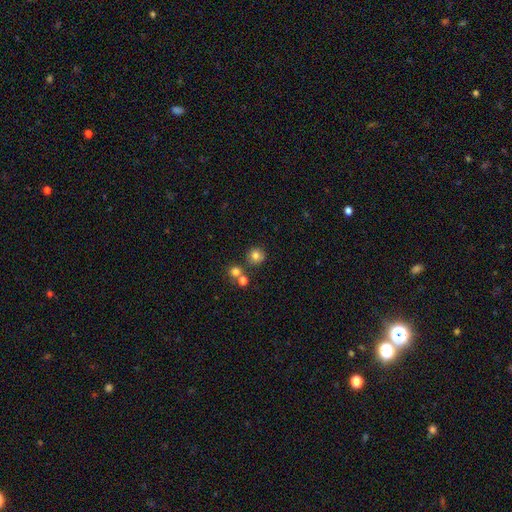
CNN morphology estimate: smooth_or_featured: smooth (p=0.79) [alt: star or artifact p=0.14]
how_rounded: round (p=0.92) [alt: in between p=0.07]
merging: none (p=0.77) [alt: merger p=0.12]